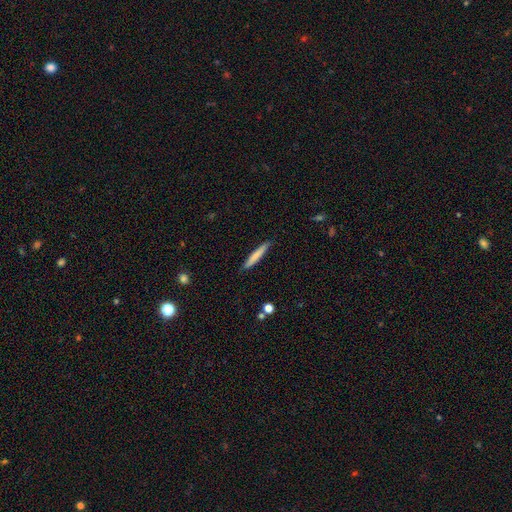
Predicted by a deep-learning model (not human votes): Smooth or featured? Predicted: smooth (p=0.74). How rounded? Predicted: cigar-shaped (p=0.95). Merging? Predicted: none (p=0.89).